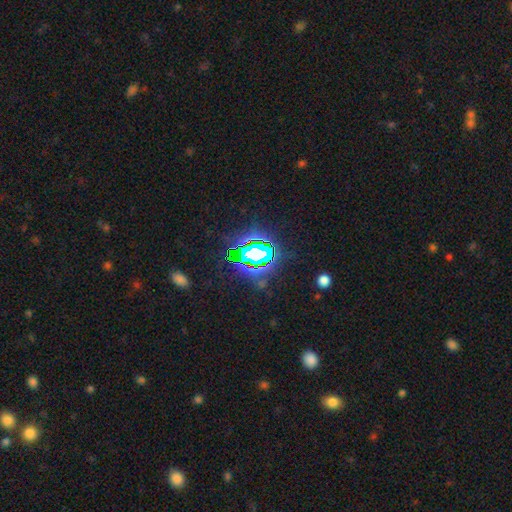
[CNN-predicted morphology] type=star or artifact (76%).